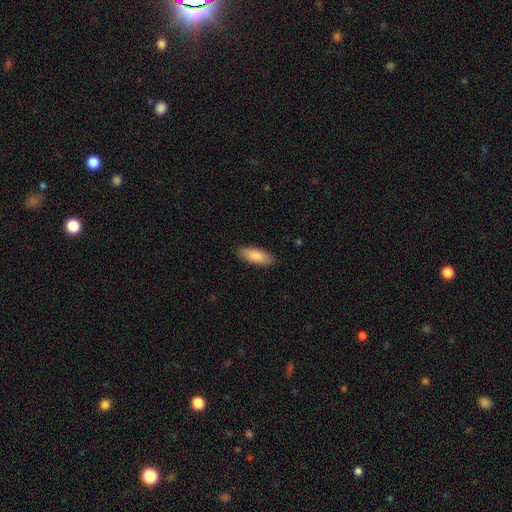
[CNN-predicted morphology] The model was most divided on "how rounded": in between: 71%, cigar-shaped: 27%, round: 2%. More confident: merging — none (89%); smooth or featured — smooth (86%).